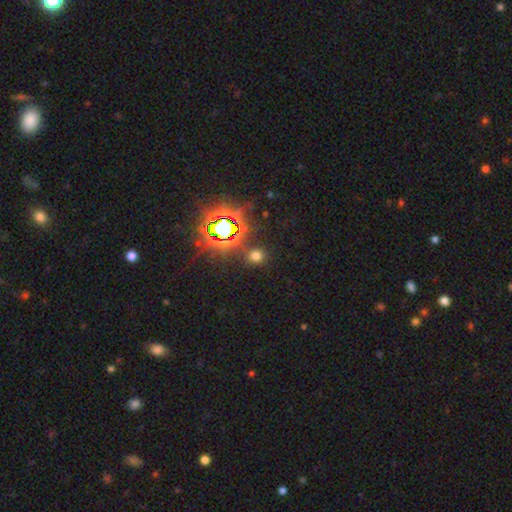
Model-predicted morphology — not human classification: This is possibly a smooth galaxy (57%). How rounded: likely round (80%). Merging: clearly none (86%).